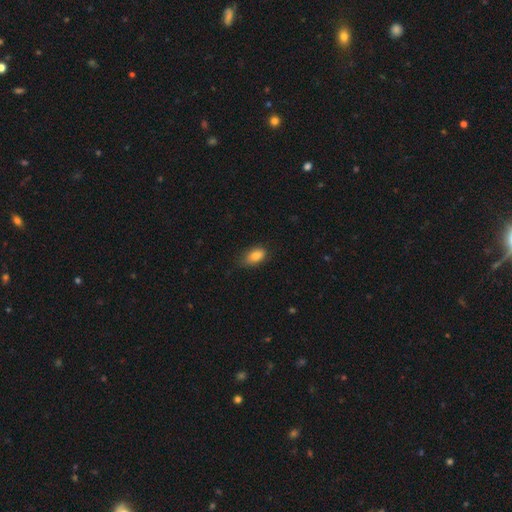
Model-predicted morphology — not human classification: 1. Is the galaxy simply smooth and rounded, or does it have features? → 84% smooth, 8% star or artifact, 8% featured or disk.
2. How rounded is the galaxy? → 90% in between, 7% round, 3% cigar-shaped.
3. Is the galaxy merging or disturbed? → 63% none, 30% minor disturbance, 5% major disturbance, 1% merger.